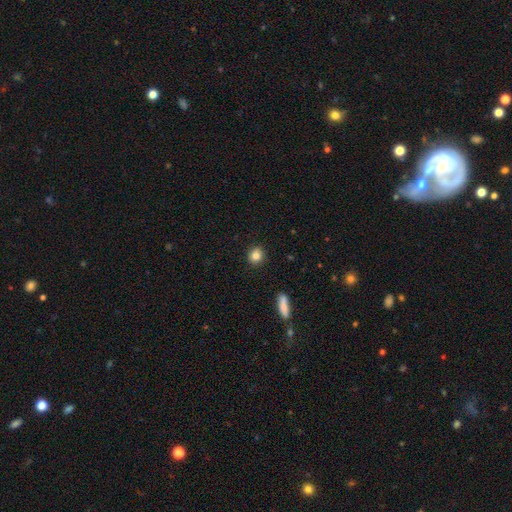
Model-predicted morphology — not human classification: type=smooth (83%); roundness=round (83%); merging=none (90%).